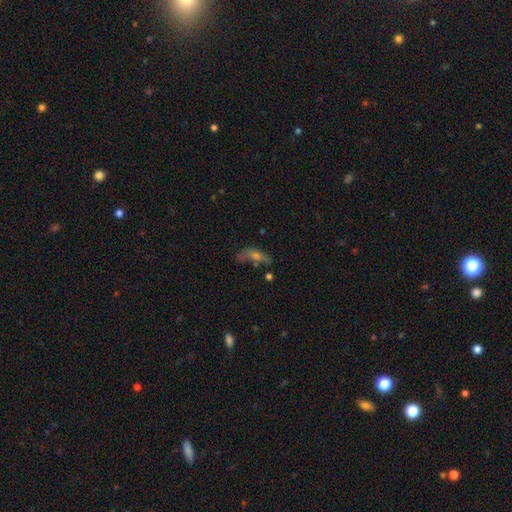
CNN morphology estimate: Smooth or featured?
  - smooth: 46% *
  - featured or disk: 33%
  - star or artifact: 21%
Merging?
  - none: 40% *
  - major disturbance: 26%
  - minor disturbance: 24%
  - merger: 10%